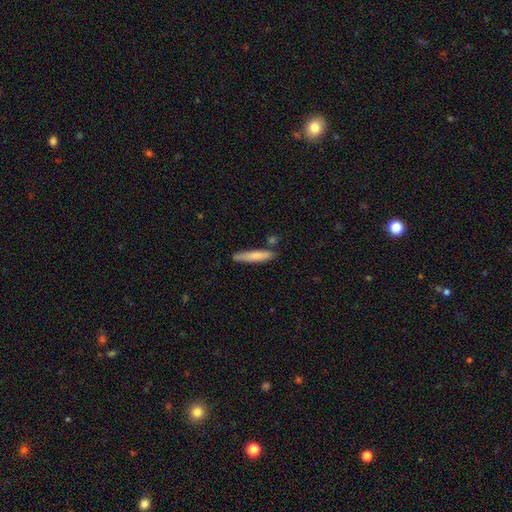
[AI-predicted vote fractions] This is likely a smooth galaxy (78%). How rounded: clearly cigar-shaped (89%). Merging: likely none (80%).